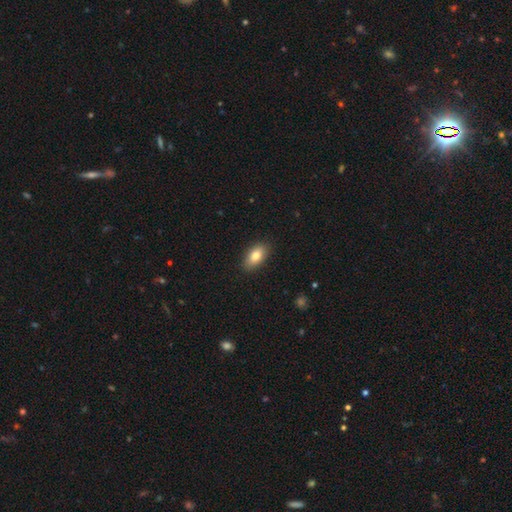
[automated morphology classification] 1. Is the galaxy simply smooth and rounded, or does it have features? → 81% smooth, 12% featured or disk, 7% star or artifact.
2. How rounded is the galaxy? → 90% in between, 5% round, 5% cigar-shaped.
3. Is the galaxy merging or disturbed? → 88% none, 9% minor disturbance, 2% major disturbance, 1% merger.